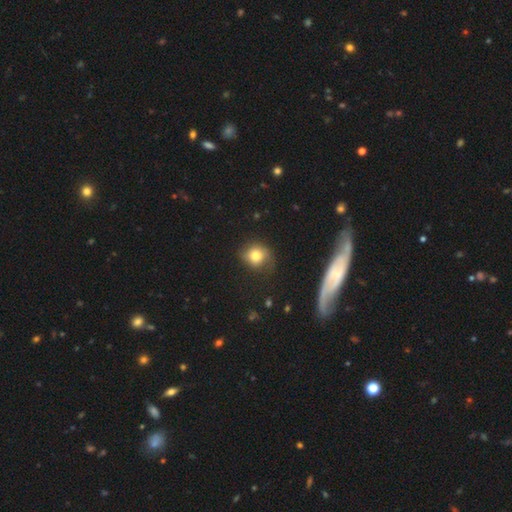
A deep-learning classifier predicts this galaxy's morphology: Overall: smooth (72%). How rounded: round (77%). Merging: none (60%; minor disturbance 25%).